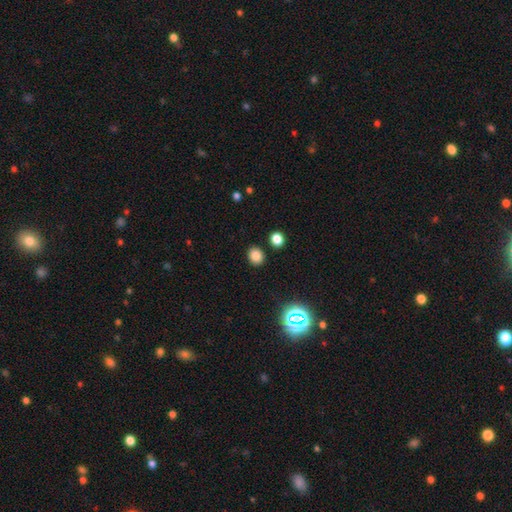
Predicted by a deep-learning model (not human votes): smooth_or_featured: smooth (p=0.80) [alt: star or artifact p=0.14]
how_rounded: round (p=0.73) [alt: in between p=0.26]
merging: none (p=0.88) [alt: minor disturbance p=0.06]